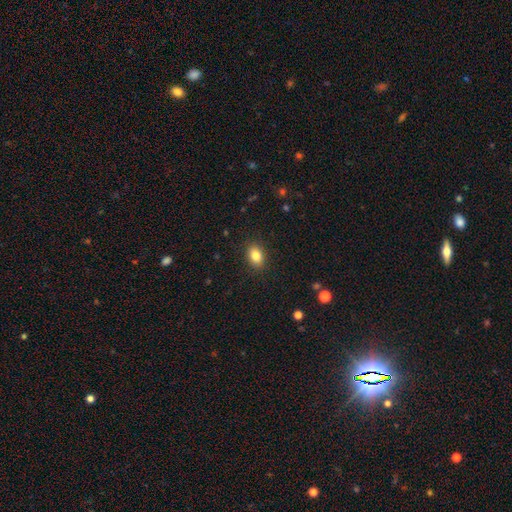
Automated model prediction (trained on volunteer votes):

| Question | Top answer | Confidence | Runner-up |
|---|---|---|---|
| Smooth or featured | smooth | 84% | star or artifact (9%) |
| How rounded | in between | 79% | round (20%) |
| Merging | none | 89% | minor disturbance (8%) |